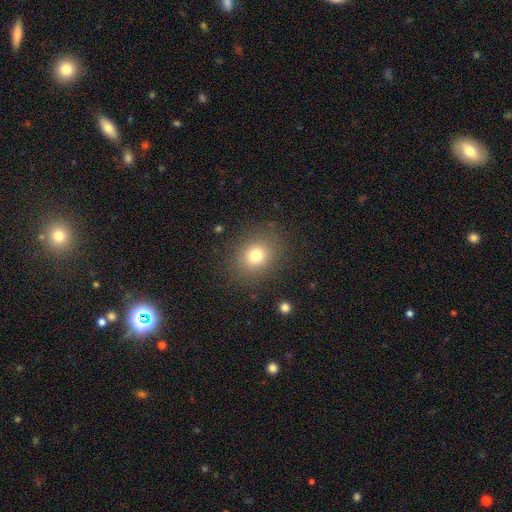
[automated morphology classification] Smooth or featured?
  - smooth: 76% *
  - star or artifact: 14%
  - featured or disk: 10%
How rounded?
  - round: 64% *
  - in between: 35%
  - cigar-shaped: 1%
Merging?
  - none: 85% *
  - minor disturbance: 9%
  - major disturbance: 5%
  - merger: 1%